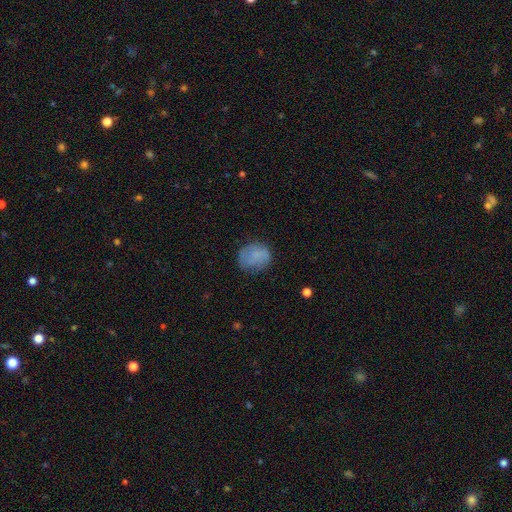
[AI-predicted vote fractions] This appears to be a smooth galaxy with no disk features (74%) that is round (63%). Merging: none (68%).